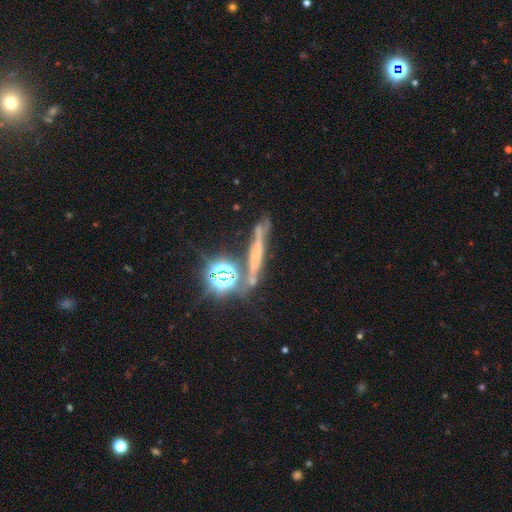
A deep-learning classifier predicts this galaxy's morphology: Smooth or featured?
  - star or artifact: 37% *
  - featured or disk: 33%
  - smooth: 30%